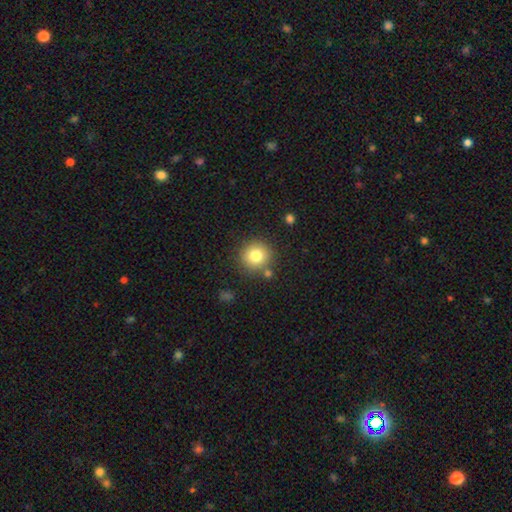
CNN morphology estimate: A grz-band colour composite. It shows a smooth galaxy with no disk features (79%) that is round (92%). Merging: none (82%).